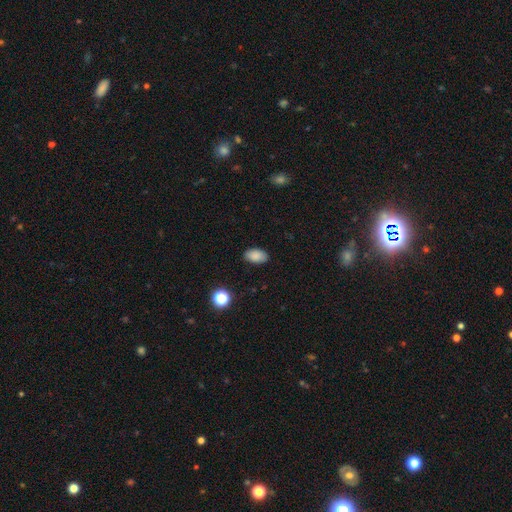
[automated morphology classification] Q: Smooth or featured?
A: smooth (86%); runner-up: star or artifact (9%)
Q: How rounded?
A: in between (91%); runner-up: round (7%)
Q: Merging?
A: none (86%); runner-up: minor disturbance (11%)